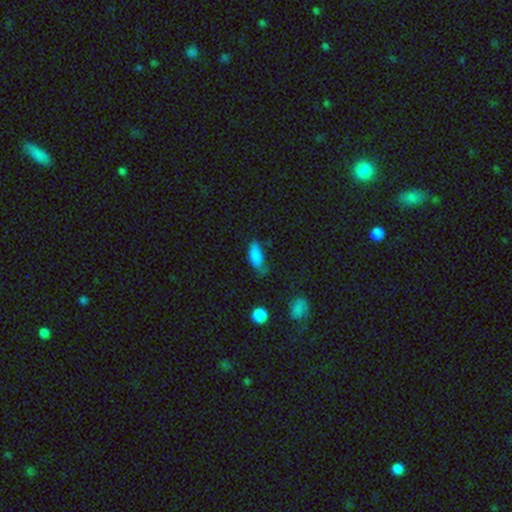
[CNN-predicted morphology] A smooth galaxy with no disk features (82%) that is in between round and cigar-shaped (83%).

Vote fractions:
- Smooth or featured? smooth: 82% / star or artifact: 10% / featured or disk: 7%
- How rounded? in between: 83% / cigar-shaped: 14% / round: 4%
- Merging? none: 43% / minor disturbance: 38% / major disturbance: 14% / merger: 5%